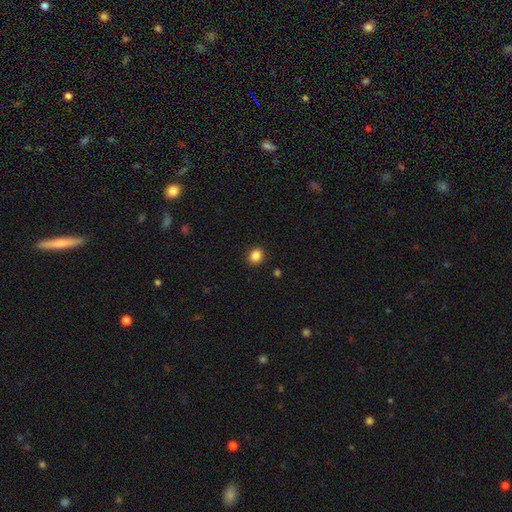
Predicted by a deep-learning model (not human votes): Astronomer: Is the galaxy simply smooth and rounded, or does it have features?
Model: smooth — 86%.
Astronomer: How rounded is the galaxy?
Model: round — 74%.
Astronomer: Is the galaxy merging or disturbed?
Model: none — 91%.